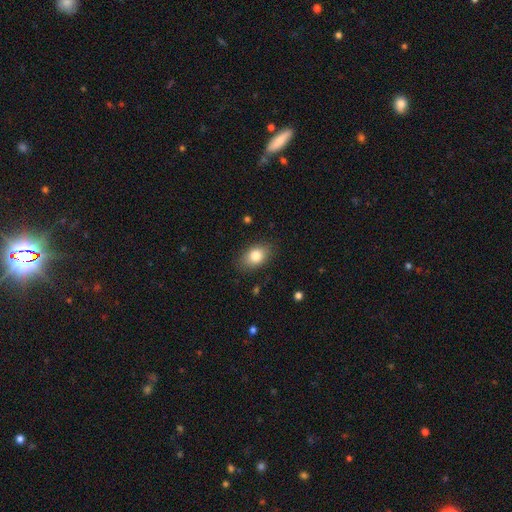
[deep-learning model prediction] Morphology: type=smooth (82%); roundness=in between (84%); merging=none (84%).